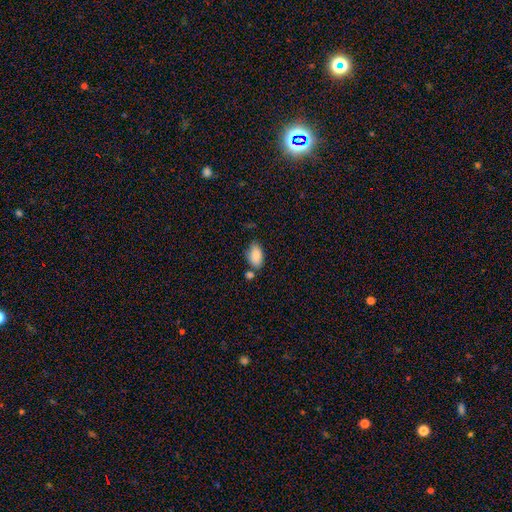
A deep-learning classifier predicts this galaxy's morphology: Smooth or featured: smooth — 86% (star or artifact — 7%)
How rounded: in between — 93% (round — 5%)
Merging: none — 62% (minor disturbance — 19%)